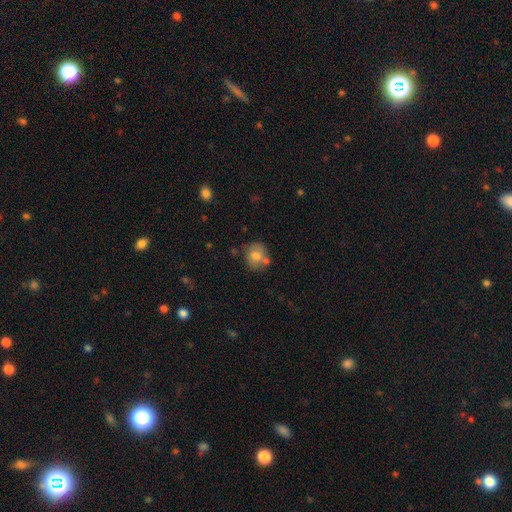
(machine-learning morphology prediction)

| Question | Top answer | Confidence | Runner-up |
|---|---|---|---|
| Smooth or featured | smooth | 66% | featured or disk (25%) |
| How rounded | round | 69% | in between (30%) |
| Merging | none | 58% | minor disturbance (19%) |